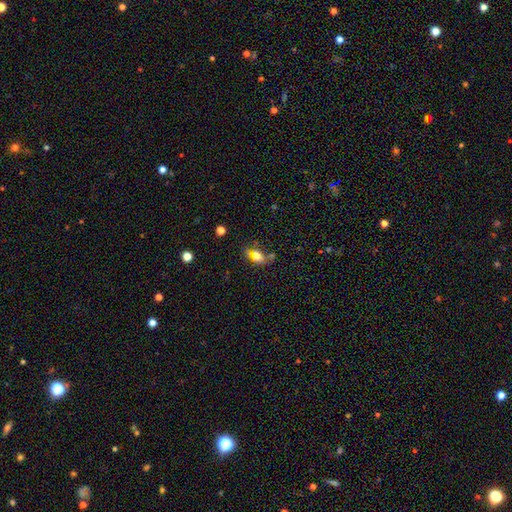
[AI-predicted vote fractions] A smooth galaxy with no disk features (67%) that is in between round and cigar-shaped (78%).

Vote fractions:
- Smooth or featured? smooth: 67% / featured or disk: 20% / star or artifact: 13%
- How rounded? in between: 78% / round: 16% / cigar-shaped: 6%
- Merging? none: 51% / minor disturbance: 23% / merger: 16% / major disturbance: 10%